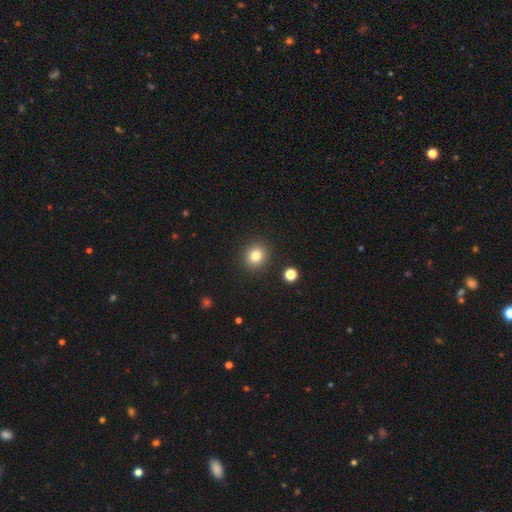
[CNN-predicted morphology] Smooth or featured?
  - smooth: 81% *
  - star or artifact: 12%
  - featured or disk: 7%
How rounded?
  - round: 81% *
  - in between: 18%
  - cigar-shaped: 1%
Merging?
  - none: 90% *
  - minor disturbance: 6%
  - major disturbance: 2%
  - merger: 2%